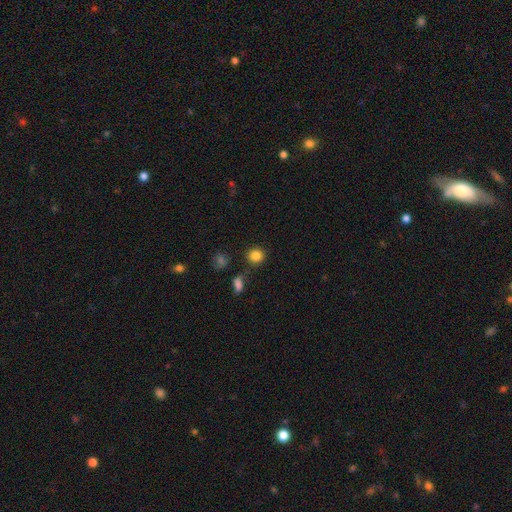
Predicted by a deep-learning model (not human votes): This appears to be a smooth galaxy with no disk features (84%) that is round (88%). Merging: none (85%).